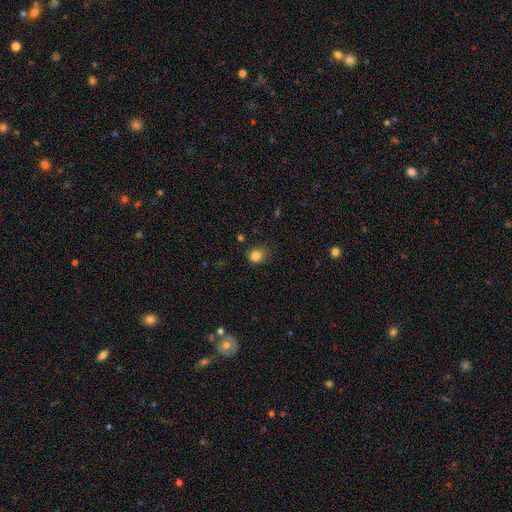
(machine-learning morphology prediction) Smooth or featured: smooth — 83% (star or artifact — 12%)
How rounded: round — 79% (in between — 20%)
Merging: none — 72% (minor disturbance — 21%)